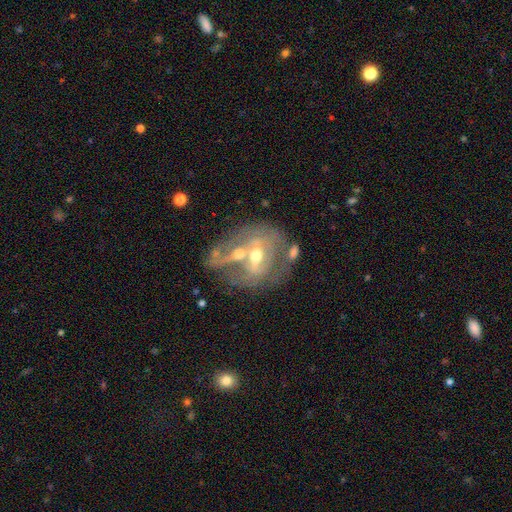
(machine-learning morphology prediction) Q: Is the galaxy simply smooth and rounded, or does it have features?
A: featured or disk — 74%.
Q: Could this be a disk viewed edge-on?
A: no — 94%.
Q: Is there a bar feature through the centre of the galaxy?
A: weak — 37%.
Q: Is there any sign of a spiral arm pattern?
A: no — 51%.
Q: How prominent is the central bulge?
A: moderate — 69%.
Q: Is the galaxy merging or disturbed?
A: merger — 42%.